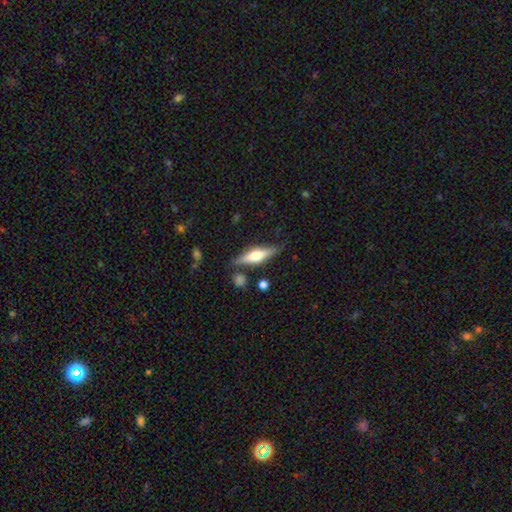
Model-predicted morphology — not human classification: Smooth or featured? featured or disk (60%)
Edge-on disk? yes (95%)
Edge-on bulge? rounded (88%)
Merging? none (80%)